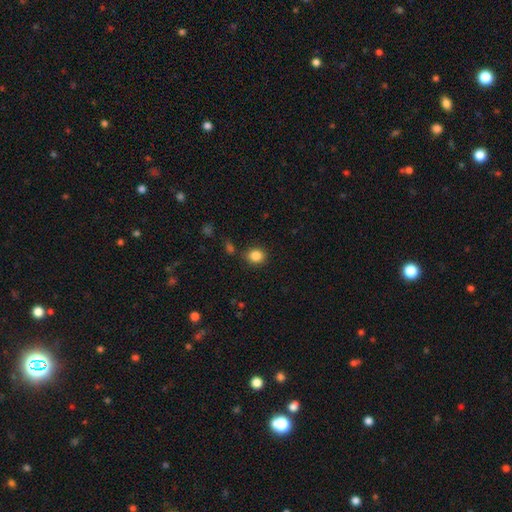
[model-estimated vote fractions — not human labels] Morphology: type=smooth (85%); roundness=round (68%); merging=none (80%).